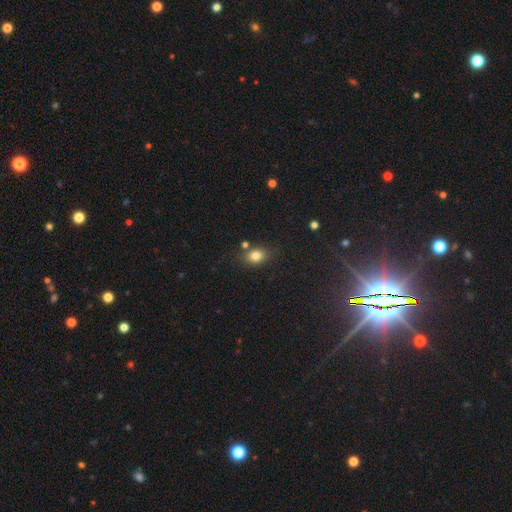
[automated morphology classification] This is clearly a smooth galaxy (80%). How rounded: likely in between (63%). Merging: likely none (75%).